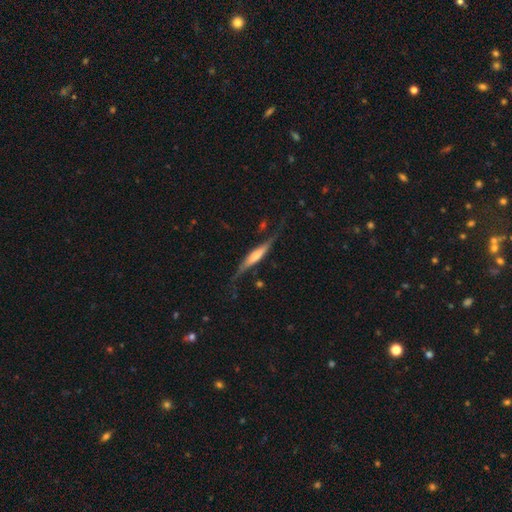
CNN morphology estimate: featured or disk 68%, smooth 26%, star or artifact 5%. Down the decision tree: edge-on disk — yes (88%); edge-on bulge — rounded (58%); merging — none (63%).